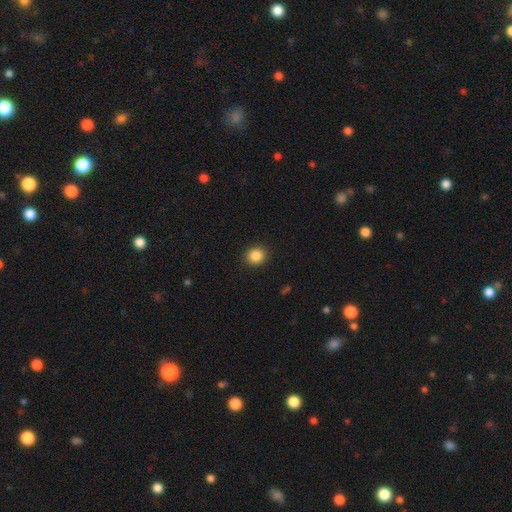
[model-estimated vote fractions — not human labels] The model was most divided on "how rounded": round: 82%, in between: 17%, cigar-shaped: 1%. More confident: merging — none (91%); smooth or featured — smooth (86%).